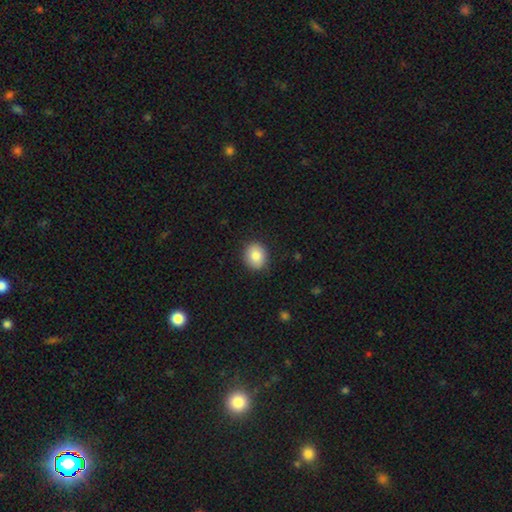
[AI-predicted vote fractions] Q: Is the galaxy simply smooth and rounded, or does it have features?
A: smooth — 85%.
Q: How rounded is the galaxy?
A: round — 67%.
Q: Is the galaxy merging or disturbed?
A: none — 88%.